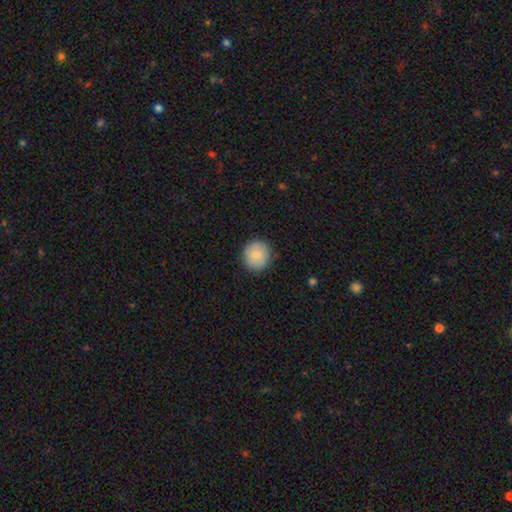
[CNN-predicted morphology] Smooth or featured? smooth (78%)
How rounded? round (90%)
Merging? none (88%)